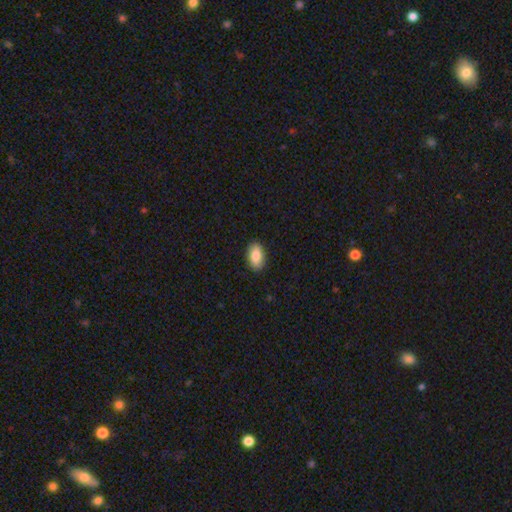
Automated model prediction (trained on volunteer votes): Smooth or featured? smooth (85%)
How rounded? in between (93%)
Merging? none (88%)